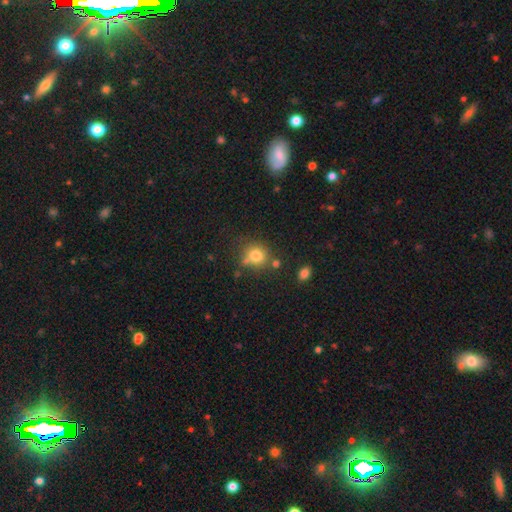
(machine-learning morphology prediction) Smooth or featured? smooth (78%)
How rounded? round (84%)
Merging? none (66%)